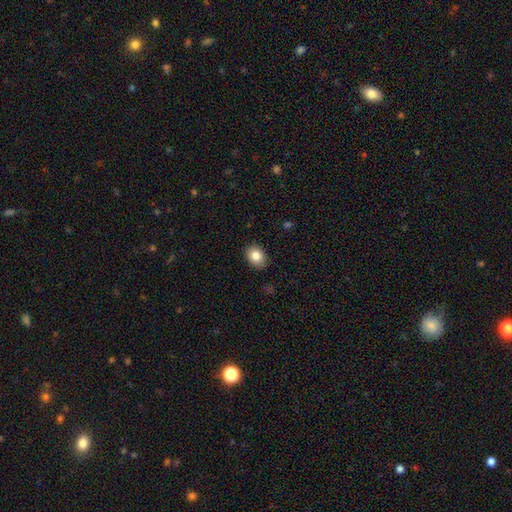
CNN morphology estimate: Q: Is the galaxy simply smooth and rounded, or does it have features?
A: smooth — 84%.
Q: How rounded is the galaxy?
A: in between — 61%.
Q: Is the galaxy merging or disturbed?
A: none — 89%.